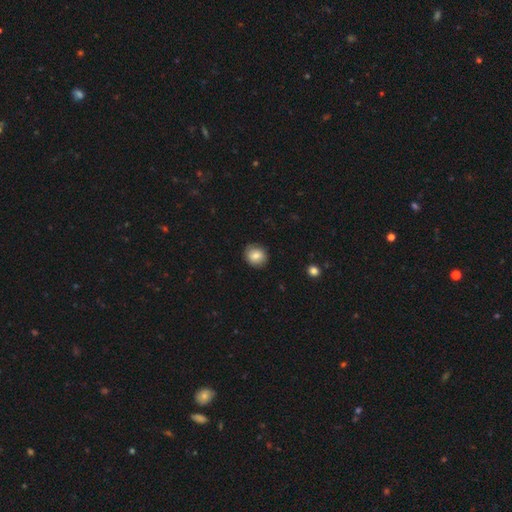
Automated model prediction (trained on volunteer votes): A smooth galaxy with no disk features (81%) that is round (79%). Merging: none (86%).